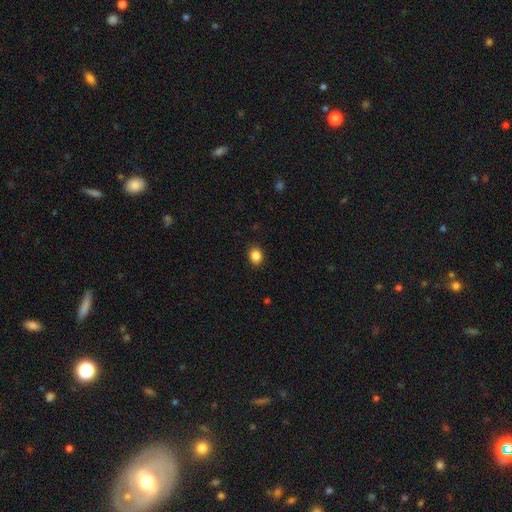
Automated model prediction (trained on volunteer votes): The model was most divided on "how rounded": round: 55%, in between: 44%, cigar-shaped: 1%. More confident: merging — none (90%); smooth or featured — smooth (87%).